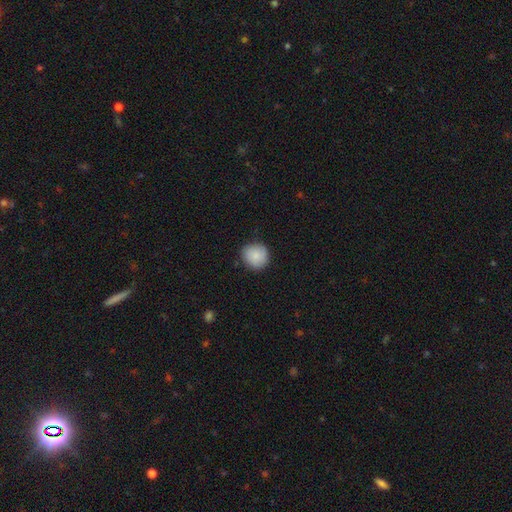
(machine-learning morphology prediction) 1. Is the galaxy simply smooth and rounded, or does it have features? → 85% smooth, 8% featured or disk, 7% star or artifact.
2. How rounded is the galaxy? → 90% round, 9% in between, 1% cigar-shaped.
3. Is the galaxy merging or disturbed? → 83% none, 13% minor disturbance, 3% major disturbance, 1% merger.